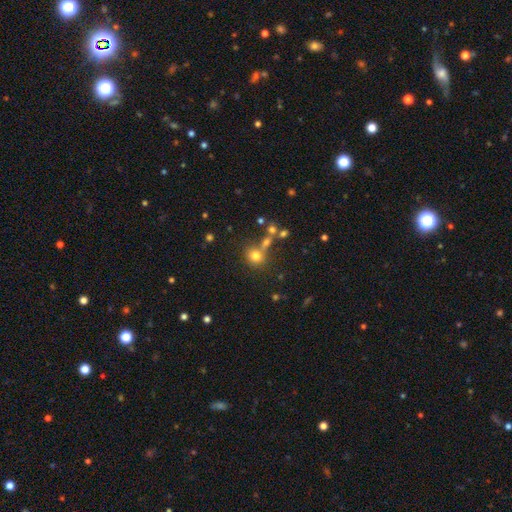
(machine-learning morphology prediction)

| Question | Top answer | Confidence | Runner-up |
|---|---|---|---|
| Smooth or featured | smooth | 73% | star or artifact (17%) |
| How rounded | round | 78% | in between (21%) |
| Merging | none | 58% | merger (23%) |